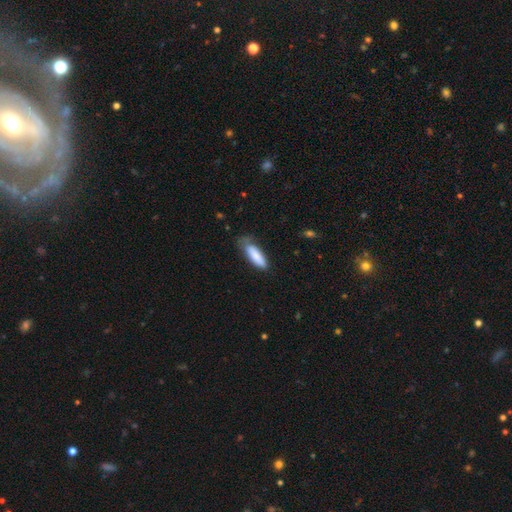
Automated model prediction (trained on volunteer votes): smooth-or-featured: smooth: 85% | featured or disk: 10% | star or artifact: 6%
  how-rounded: in between: 50% | cigar-shaped: 49% | round: 1%
  merging: none: 53% | minor disturbance: 35% | major disturbance: 10% | merger: 2%